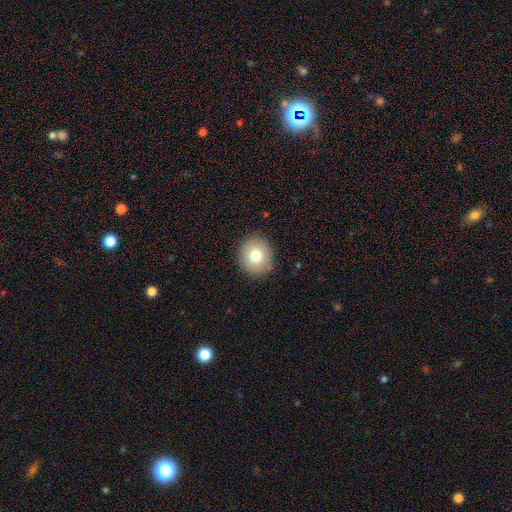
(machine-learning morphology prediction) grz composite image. It shows a smooth galaxy with no disk features (77%) that is round (80%). Merging: none (89%).